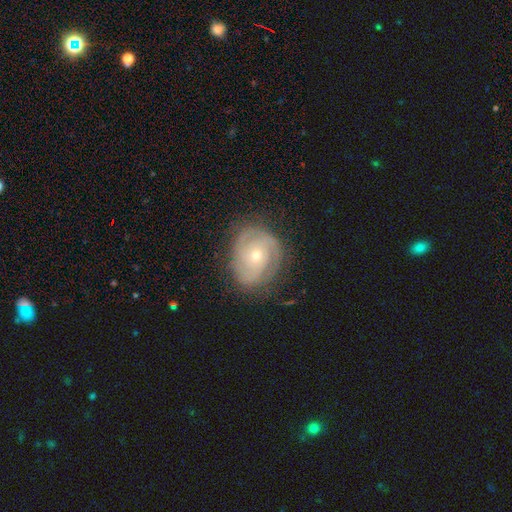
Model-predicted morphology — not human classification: A featured or disk galaxy (79%) with no bar (77%), 2 (29%) tight (67%) spiral arms (93%) and a small central bulge (50%). Merging: none (74%).